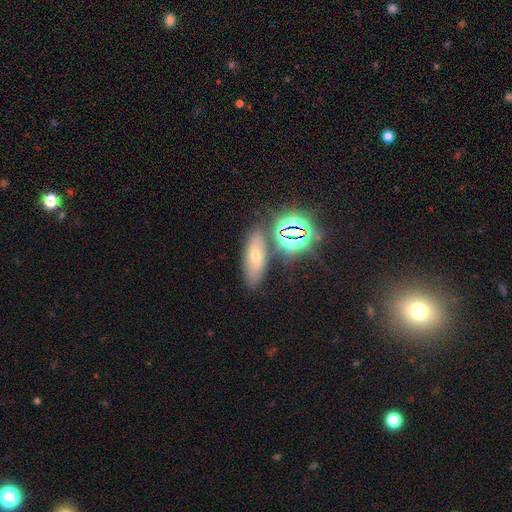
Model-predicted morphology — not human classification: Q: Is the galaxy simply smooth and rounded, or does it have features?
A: star or artifact — 39%.